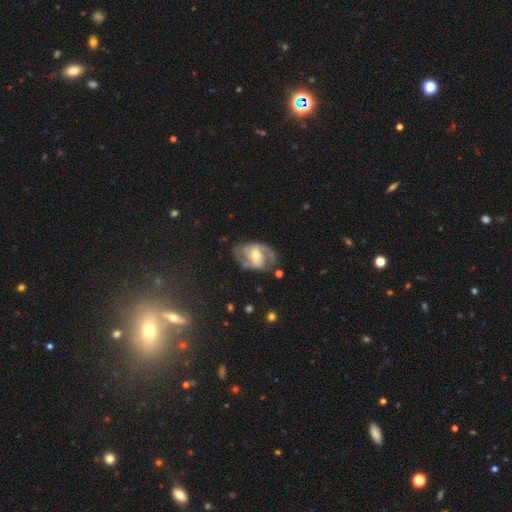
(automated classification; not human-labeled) A featured or disk galaxy (82%) with a weak bar (42%), 2 (81%) medium (52%) spiral arms (89%) and a moderate central bulge (56%).

Vote fractions:
- Smooth or featured? featured or disk: 82% / smooth: 13% / star or artifact: 6%
- Edge-on disk? no: 96% / yes: 4%
- Bar? weak: 42% / strong: 33% / no: 25%
- Spiral arms? yes: 89% / no: 11%
- Spiral winding? medium: 52% / tight: 26% / loose: 23%
- Spiral arm count? 2: 81% / can't tell: 9% / 3: 3% / 1: 3% / 4: 1% / more than 4: 1%
- Bulge size? moderate: 56% / small: 36% / large: 5% / none: 1% / dominant: 1%
- Merging? none: 63% / minor disturbance: 20% / major disturbance: 13% / merger: 3%